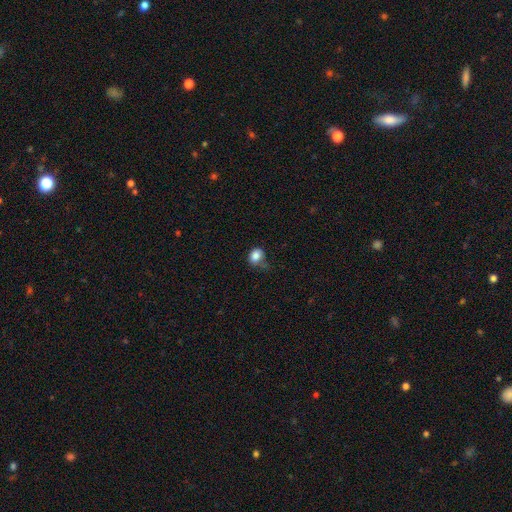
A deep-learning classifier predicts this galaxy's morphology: Smooth or featured?
  - smooth: 83% *
  - star or artifact: 10%
  - featured or disk: 7%
How rounded?
  - in between: 51% *
  - round: 48%
  - cigar-shaped: 1%
Merging?
  - none: 50% *
  - minor disturbance: 32%
  - major disturbance: 14%
  - merger: 4%